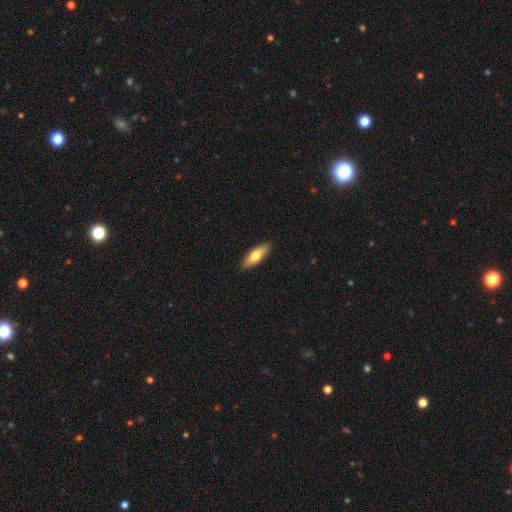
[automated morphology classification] Smooth or featured?
  - smooth: 70% *
  - featured or disk: 25%
  - star or artifact: 6%
How rounded?
  - in between: 58% *
  - cigar-shaped: 40%
  - round: 2%
Merging?
  - none: 89% *
  - minor disturbance: 9%
  - major disturbance: 2%
  - merger: 1%